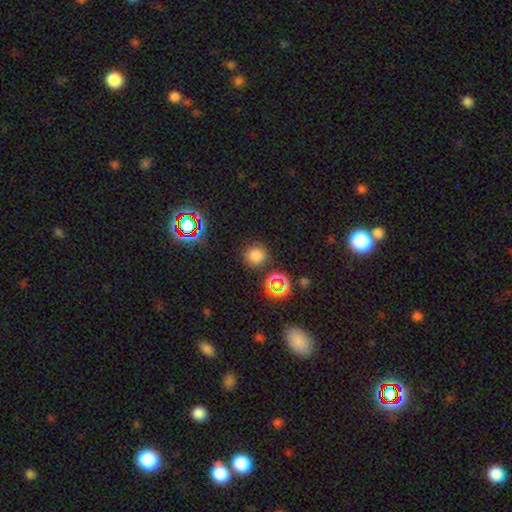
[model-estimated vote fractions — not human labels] Smooth or featured?
  - smooth: 76% *
  - star or artifact: 19%
  - featured or disk: 5%
How rounded?
  - round: 92% *
  - in between: 7%
  - cigar-shaped: 1%
Merging?
  - none: 85% *
  - minor disturbance: 8%
  - merger: 4%
  - major disturbance: 3%